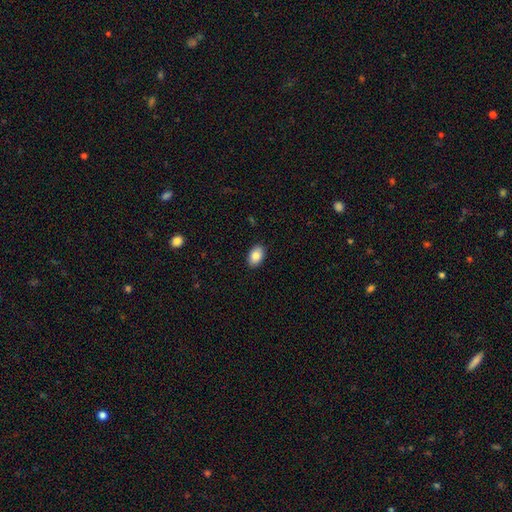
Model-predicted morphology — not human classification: Smooth or featured?
  - smooth: 85% *
  - featured or disk: 8%
  - star or artifact: 7%
How rounded?
  - in between: 89% *
  - round: 10%
  - cigar-shaped: 1%
Merging?
  - none: 89% *
  - minor disturbance: 8%
  - major disturbance: 2%
  - merger: 1%